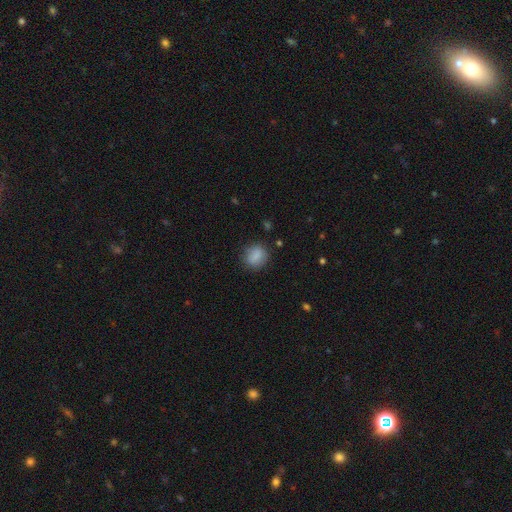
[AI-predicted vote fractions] This is clearly a smooth galaxy (86%). How rounded: likely round (65%). Merging: clearly none (82%).